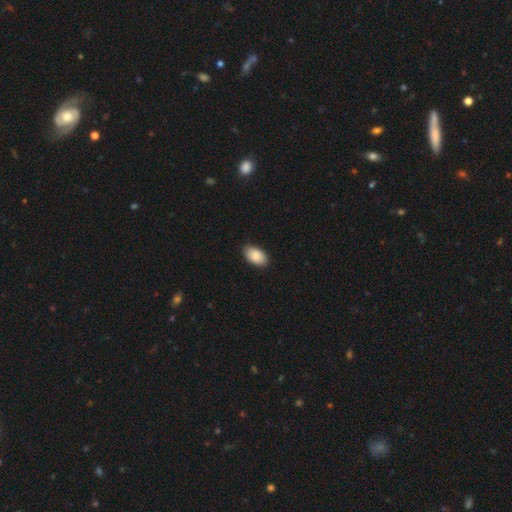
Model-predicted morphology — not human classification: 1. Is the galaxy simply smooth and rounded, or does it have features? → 89% smooth, 6% star or artifact, 5% featured or disk.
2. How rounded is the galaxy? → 94% in between, 5% round, 1% cigar-shaped.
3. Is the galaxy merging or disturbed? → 88% none, 9% minor disturbance, 2% major disturbance, 1% merger.